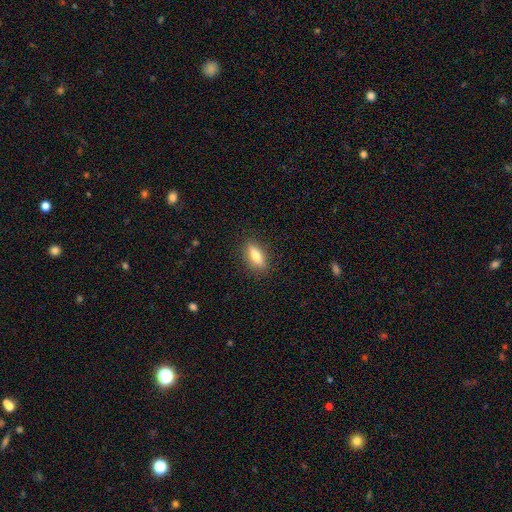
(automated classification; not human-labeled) Smooth or featured? smooth (74%)
How rounded? in between (64%)
Merging? none (87%)